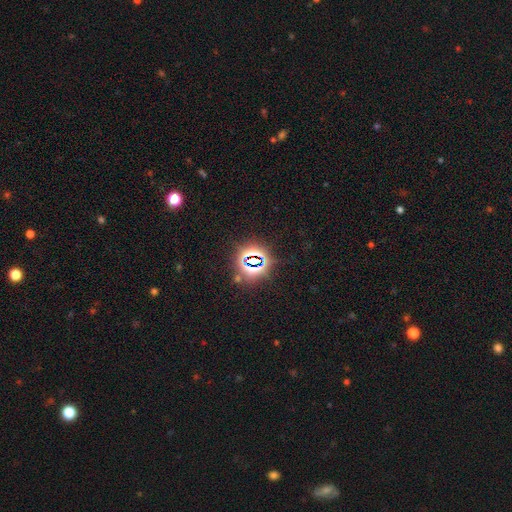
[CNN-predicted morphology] smooth-or-featured: star or artifact: 80% | smooth: 12% | featured or disk: 8%